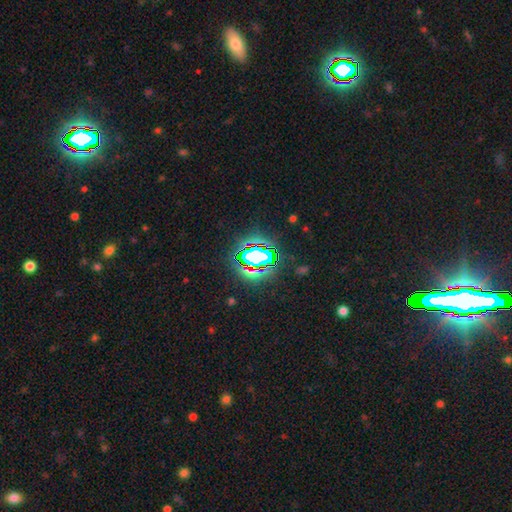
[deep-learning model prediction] A star or artifact, not a galaxy (69%).